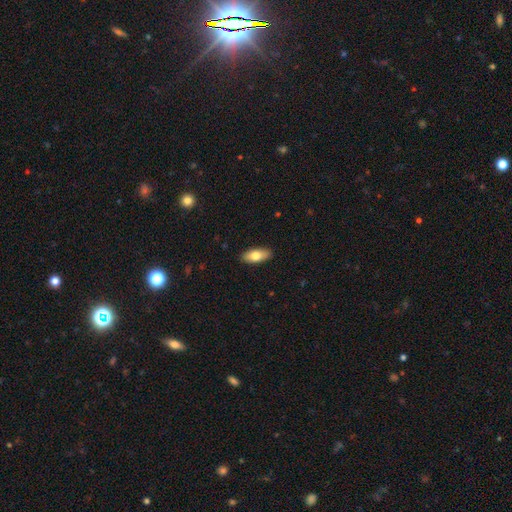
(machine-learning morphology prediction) This is likely a smooth galaxy (74%). How rounded: clearly in between (83%). Merging: clearly none (89%).